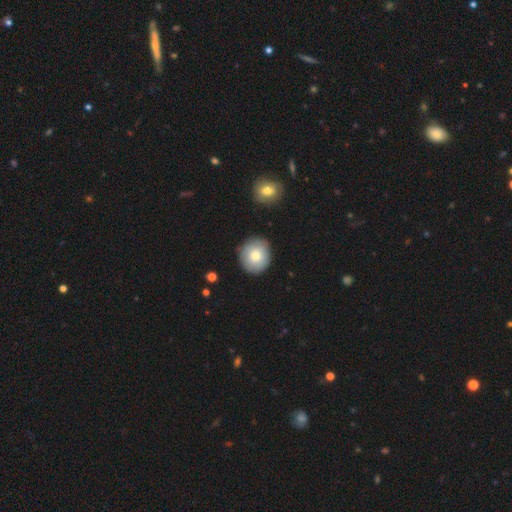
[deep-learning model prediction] Smooth or featured? smooth (78%)
How rounded? round (88%)
Merging? none (87%)